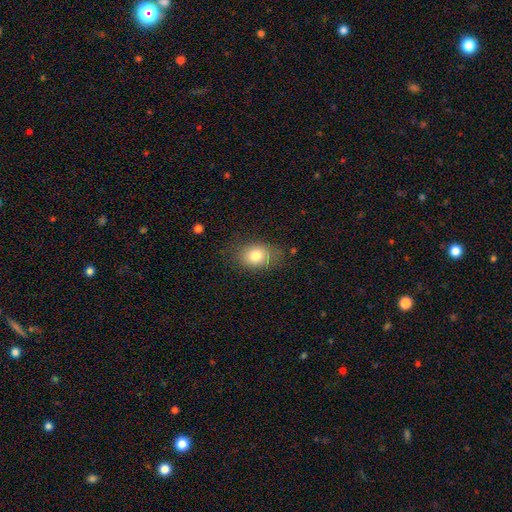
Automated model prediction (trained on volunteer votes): smooth 78%, featured or disk 13%, star or artifact 10%. Down the decision tree: how rounded — in between (69%); merging — none (73%).